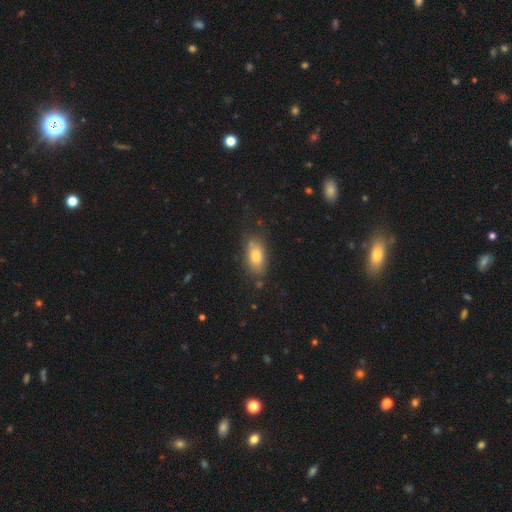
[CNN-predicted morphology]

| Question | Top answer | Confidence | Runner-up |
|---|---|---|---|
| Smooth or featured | smooth | 79% | featured or disk (14%) |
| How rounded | in between | 88% | cigar-shaped (7%) |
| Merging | none | 71% | minor disturbance (20%) |